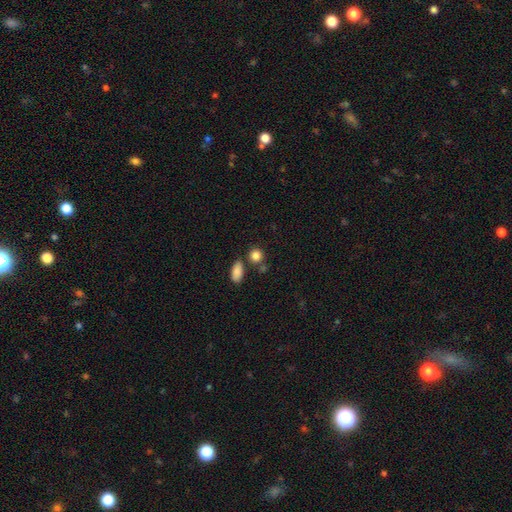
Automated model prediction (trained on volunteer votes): Q: Smooth or featured?
A: smooth (85%); runner-up: star or artifact (10%)
Q: How rounded?
A: round (74%); runner-up: in between (24%)
Q: Merging?
A: none (69%); runner-up: merger (16%)